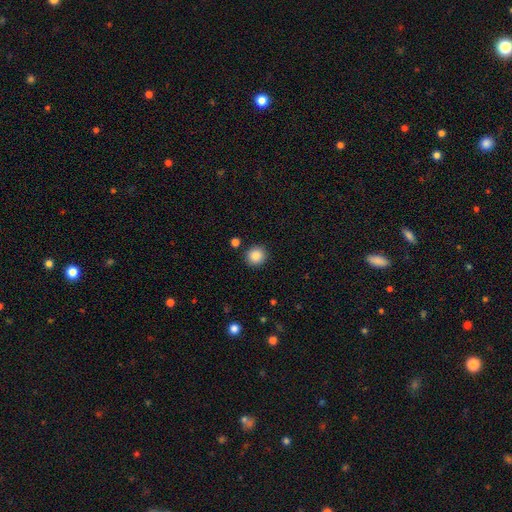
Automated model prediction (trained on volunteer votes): Overall: smooth (86%). How rounded: round (91%). Merging: none (90%).